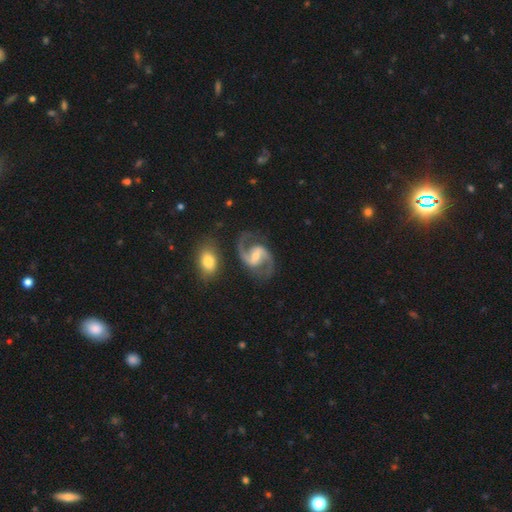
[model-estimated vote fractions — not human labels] The model was most divided on "bulge size": moderate: 48%, small: 45%, large: 4%, none: 3%, dominant: 1%. Remaining: edge-on disk — no (98%); spiral arms — yes (98%); spiral arm count — 2 (94%); smooth or featured — featured or disk (92%); merging — none (78%); spiral winding — medium (63%); bar — weak (46%).